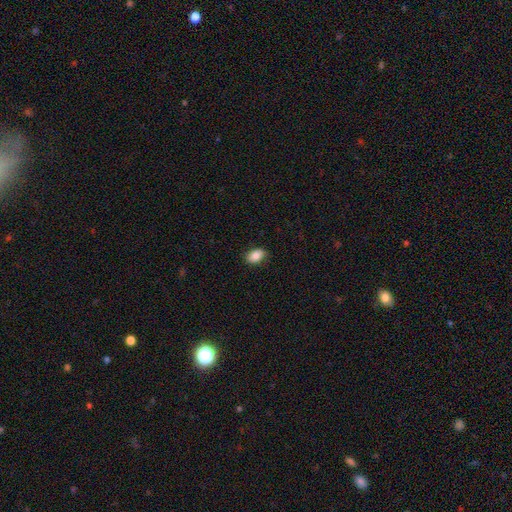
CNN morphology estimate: Smooth or featured?
  - smooth: 86% *
  - star or artifact: 8%
  - featured or disk: 7%
How rounded?
  - in between: 86% *
  - round: 13%
  - cigar-shaped: 1%
Merging?
  - none: 85% *
  - minor disturbance: 11%
  - major disturbance: 2%
  - merger: 1%